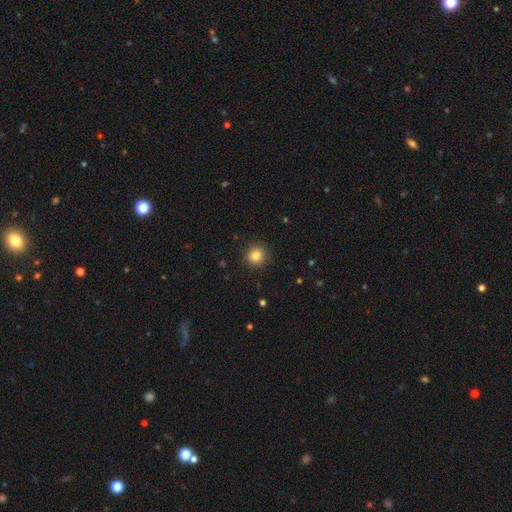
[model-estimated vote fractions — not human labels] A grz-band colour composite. It shows a smooth galaxy with no disk features (84%) that is round (94%). Merging: none (91%).